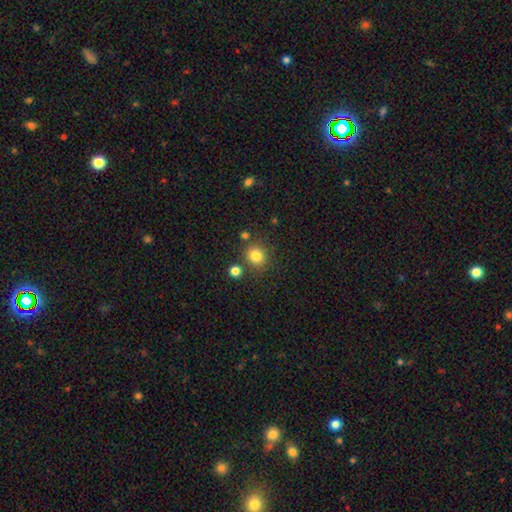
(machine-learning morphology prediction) Smooth or featured: smooth — 81% (star or artifact — 13%)
How rounded: round — 86% (in between — 13%)
Merging: none — 79% (minor disturbance — 9%)